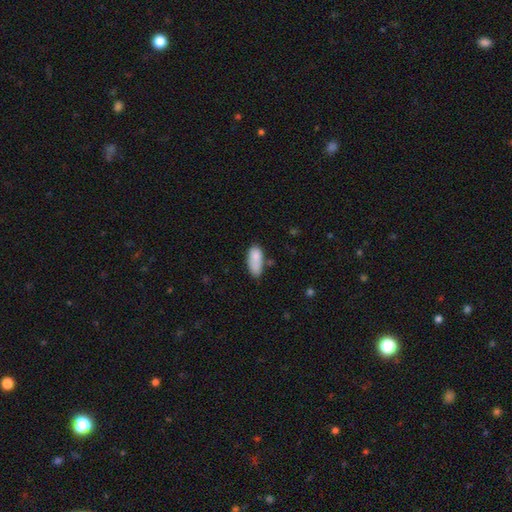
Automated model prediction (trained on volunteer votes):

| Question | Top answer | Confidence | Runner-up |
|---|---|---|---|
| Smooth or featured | smooth | 83% | featured or disk (9%) |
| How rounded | in between | 85% | cigar-shaped (13%) |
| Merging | none | 52% | minor disturbance (29%) |